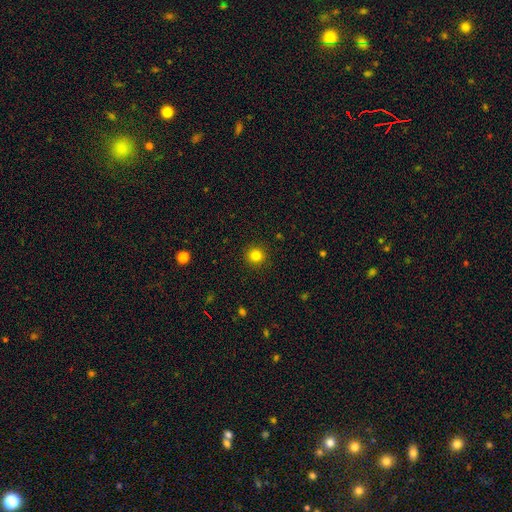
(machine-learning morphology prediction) This appears to be a smooth galaxy with no disk features (82%) that is round (93%). Merging: none (91%).